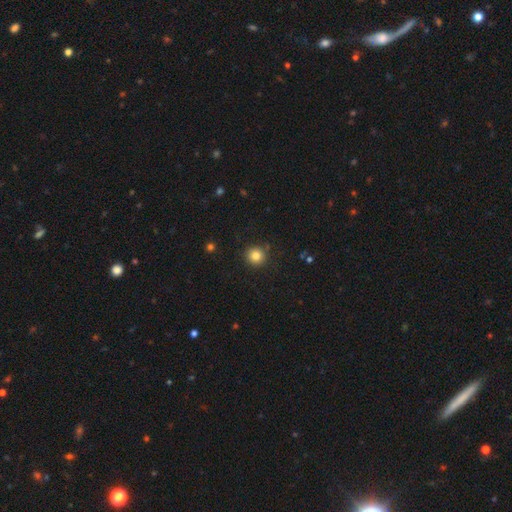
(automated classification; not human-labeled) Smooth or featured? Predicted: smooth (p=0.82). How rounded? Predicted: round (p=0.94). Merging? Predicted: none (p=0.88).